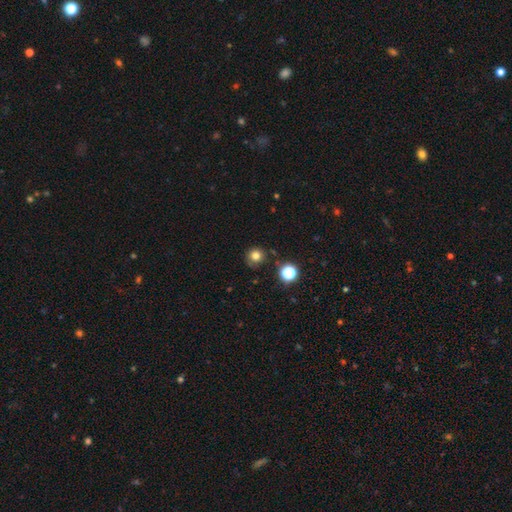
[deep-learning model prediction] smooth 78%, star or artifact 15%, featured or disk 7%. Down the decision tree: how rounded — round (91%); merging — none (78%).